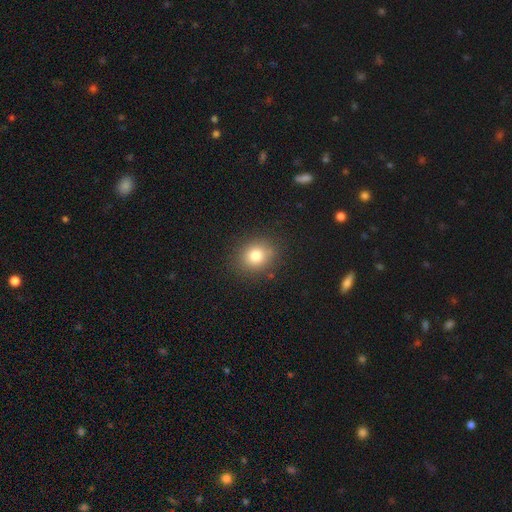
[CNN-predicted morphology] smooth 80%, star or artifact 12%, featured or disk 8%. Down the decision tree: how rounded — round (68%); merging — none (85%).